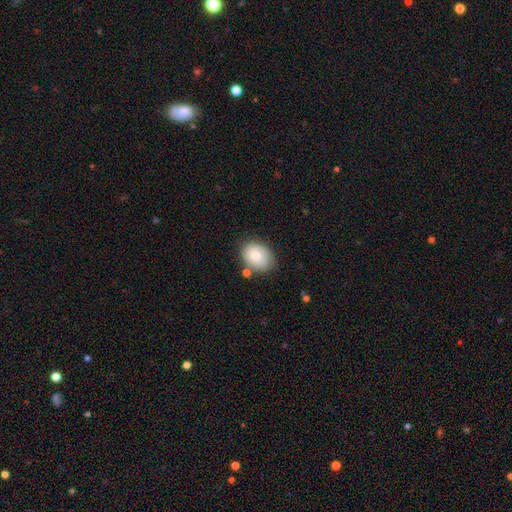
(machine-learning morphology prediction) The model was most divided on "how rounded": in between: 60%, round: 39%, cigar-shaped: 1%. More confident: smooth or featured — smooth (81%); merging — none (75%).